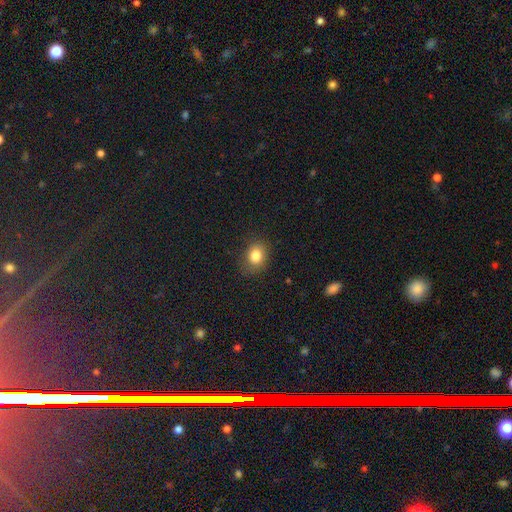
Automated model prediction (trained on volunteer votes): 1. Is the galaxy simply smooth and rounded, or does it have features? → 83% smooth, 11% star or artifact, 6% featured or disk.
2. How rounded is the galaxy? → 56% round, 43% in between, 1% cigar-shaped.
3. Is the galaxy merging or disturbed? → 80% none, 15% minor disturbance, 4% major disturbance, 1% merger.